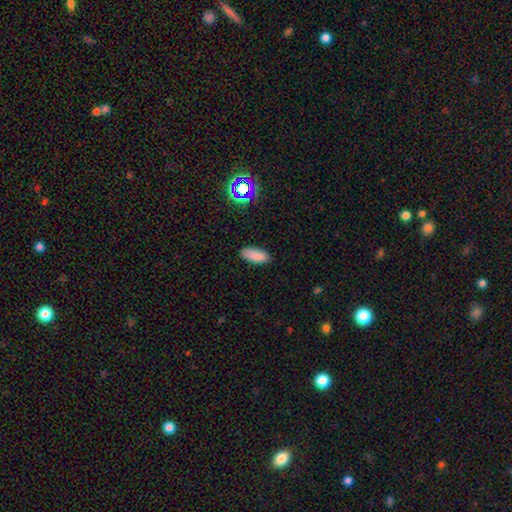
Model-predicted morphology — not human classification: A smooth galaxy with no disk features (85%) that is in between round and cigar-shaped (82%).

Vote fractions:
- Smooth or featured? smooth: 85% / star or artifact: 10% / featured or disk: 5%
- How rounded? in between: 82% / cigar-shaped: 16% / round: 2%
- Merging? none: 85% / minor disturbance: 11% / major disturbance: 2% / merger: 1%